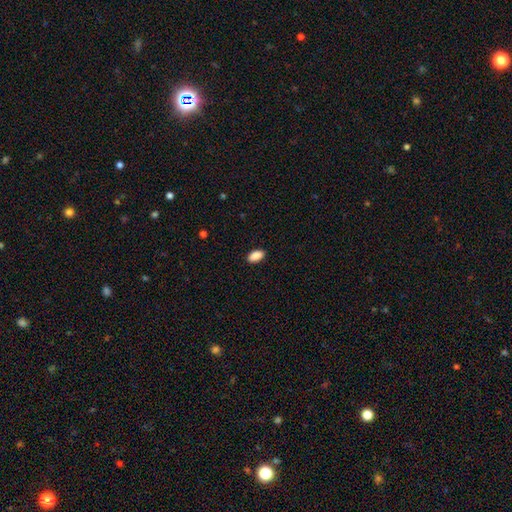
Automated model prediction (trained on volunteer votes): A smooth galaxy with no disk features (90%) that is in between round and cigar-shaped (93%). Merging: none (90%).